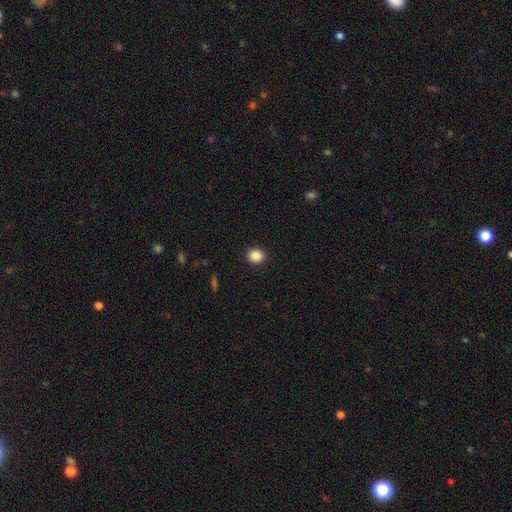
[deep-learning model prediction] Q: Smooth or featured?
A: smooth (87%); runner-up: star or artifact (10%)
Q: How rounded?
A: round (82%); runner-up: in between (18%)
Q: Merging?
A: none (92%); runner-up: minor disturbance (5%)